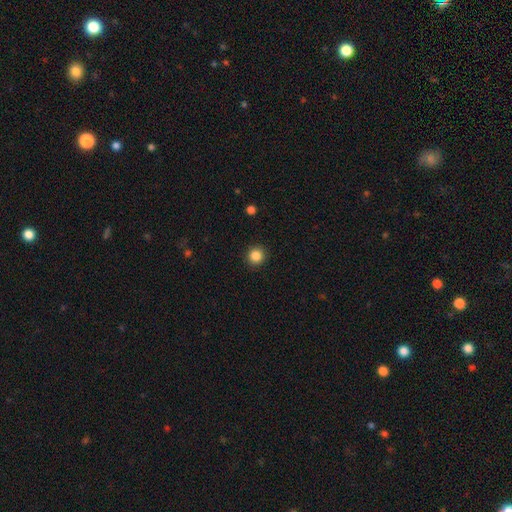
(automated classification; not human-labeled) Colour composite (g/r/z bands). It shows a smooth galaxy with no disk features (85%) that is round (94%). Merging: none (92%).